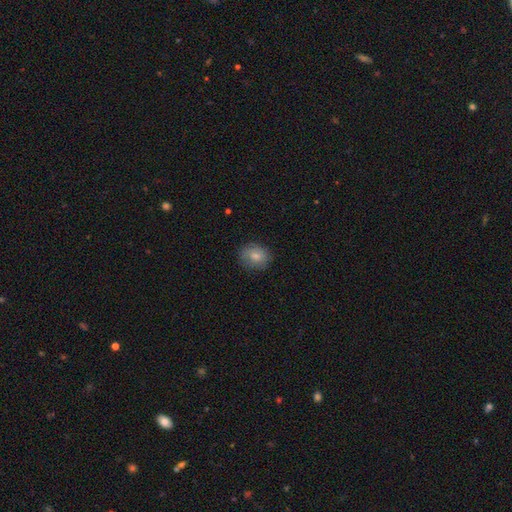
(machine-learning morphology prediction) Smooth or featured: smooth — 78% (featured or disk — 14%)
How rounded: round — 60% (in between — 39%)
Merging: none — 81% (minor disturbance — 15%)